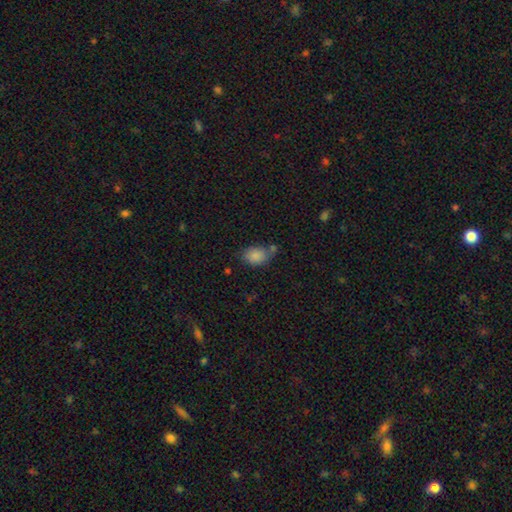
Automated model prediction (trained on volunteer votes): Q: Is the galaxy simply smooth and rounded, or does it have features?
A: smooth — 86%.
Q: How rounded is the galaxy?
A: in between — 76%.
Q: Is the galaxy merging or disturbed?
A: none — 55%.